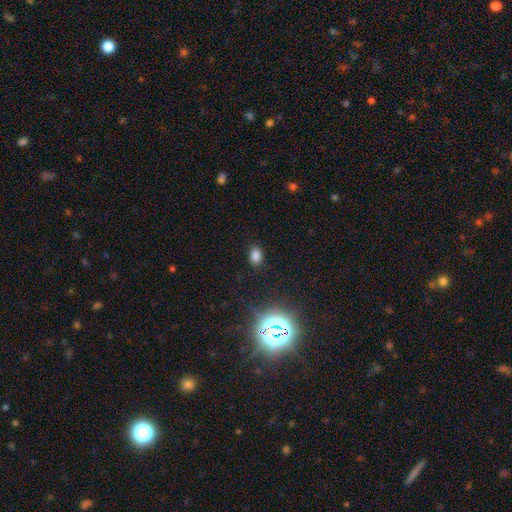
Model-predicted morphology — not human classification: Smooth or featured? smooth (76%)
How rounded? in between (77%)
Merging? none (85%)